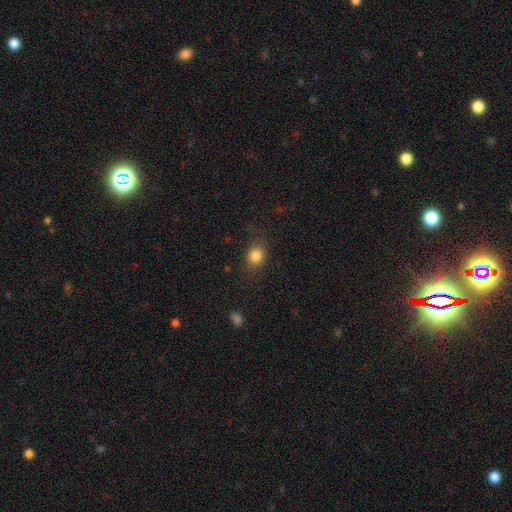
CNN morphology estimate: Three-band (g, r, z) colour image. It shows a smooth galaxy with no disk features (84%) that is round (55%). Merging: none (82%).